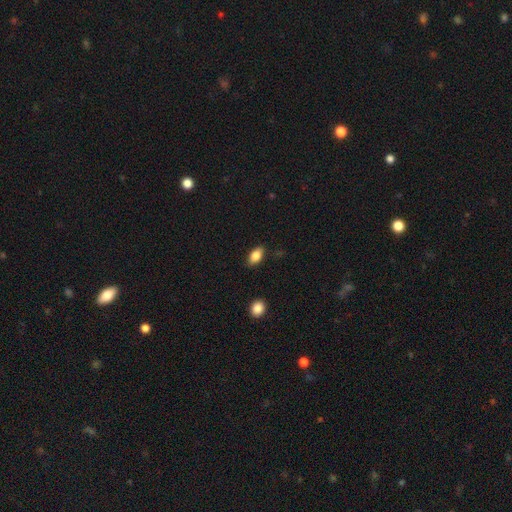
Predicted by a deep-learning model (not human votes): Overall: smooth (84%). How rounded: in between (89%). Merging: none (85%).